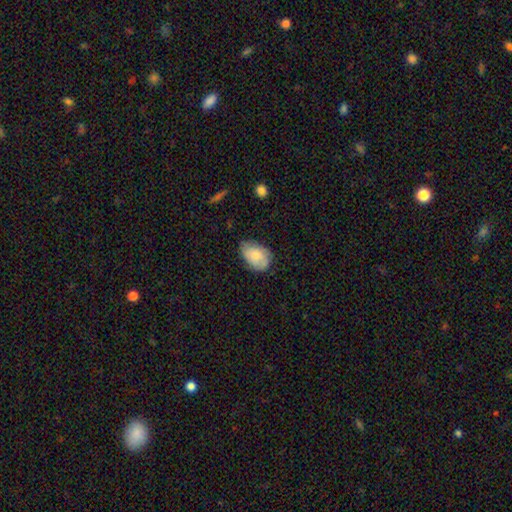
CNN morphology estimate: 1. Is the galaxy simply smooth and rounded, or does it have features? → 75% smooth, 19% featured or disk, 7% star or artifact.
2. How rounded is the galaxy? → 87% in between, 12% round, 1% cigar-shaped.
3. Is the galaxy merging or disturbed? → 61% none, 31% minor disturbance, 6% major disturbance, 2% merger.